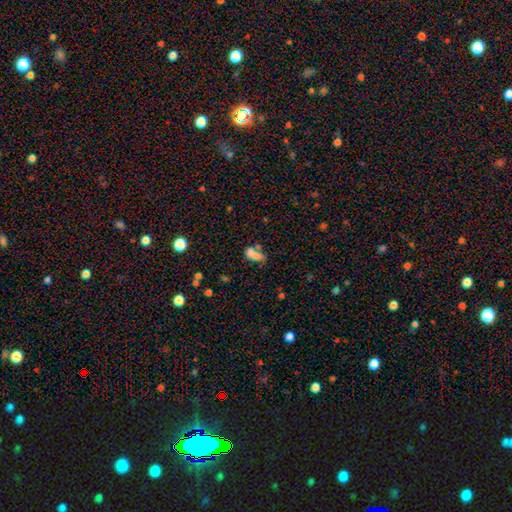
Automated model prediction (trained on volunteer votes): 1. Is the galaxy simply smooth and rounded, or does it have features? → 72% smooth, 14% featured or disk, 14% star or artifact.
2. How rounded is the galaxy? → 76% in between, 18% cigar-shaped, 7% round.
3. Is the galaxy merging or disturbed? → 34% merger, 33% none, 18% minor disturbance, 14% major disturbance.